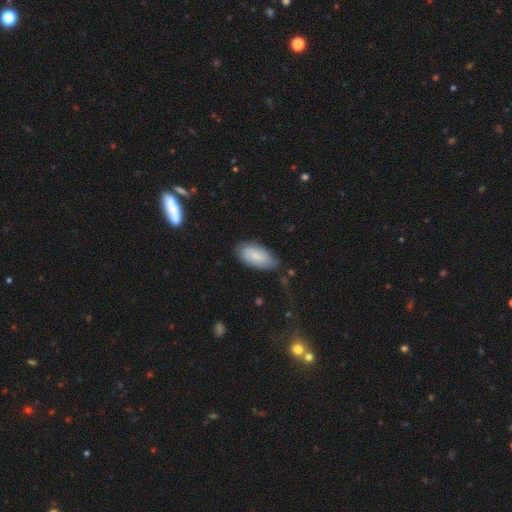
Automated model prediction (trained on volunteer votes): smooth_or_featured: smooth (p=0.78) [alt: featured or disk p=0.16]
how_rounded: in between (p=0.92) [alt: cigar-shaped p=0.06]
merging: none (p=0.71) [alt: minor disturbance p=0.23]